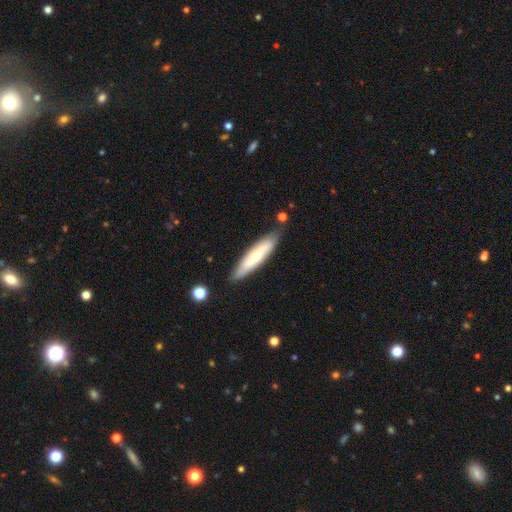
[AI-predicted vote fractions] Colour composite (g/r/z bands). It shows a featured or disk galaxy (50%). Merging: none (81%).